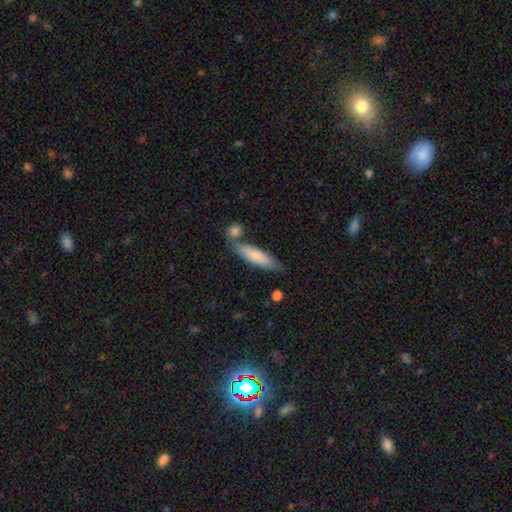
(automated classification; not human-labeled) smooth-or-featured: smooth: 77% | featured or disk: 18% | star or artifact: 5%
  how-rounded: cigar-shaped: 72% | in between: 27% | round: 2%
  merging: none: 68% | minor disturbance: 15% | merger: 14% | major disturbance: 3%